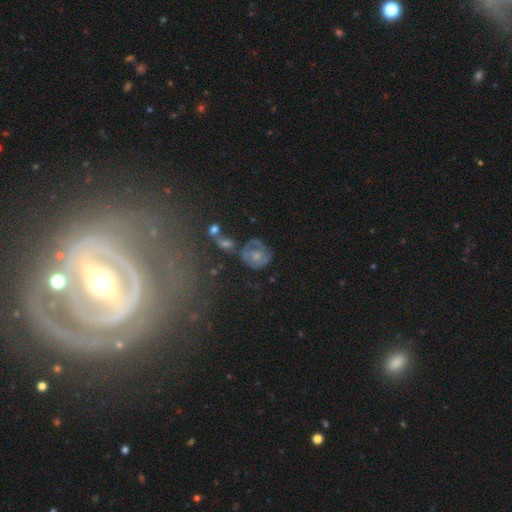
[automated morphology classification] smooth_or_featured: featured or disk (p=0.57) [alt: smooth p=0.34]
disk_edge_on: no (p=0.97) [alt: yes p=0.03]
bar: no (p=0.74) [alt: weak p=0.21]
has_spiral_arms: yes (p=0.65) [alt: no p=0.35]
bulge_size: moderate (p=0.53) [alt: small p=0.33]
merging: none (p=0.49) [alt: minor disturbance p=0.23]